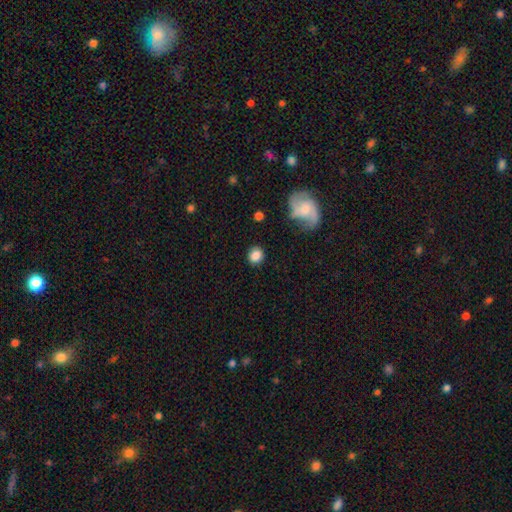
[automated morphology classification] This is clearly a smooth galaxy (84%). How rounded: likely round (76%). Merging: clearly none (85%).